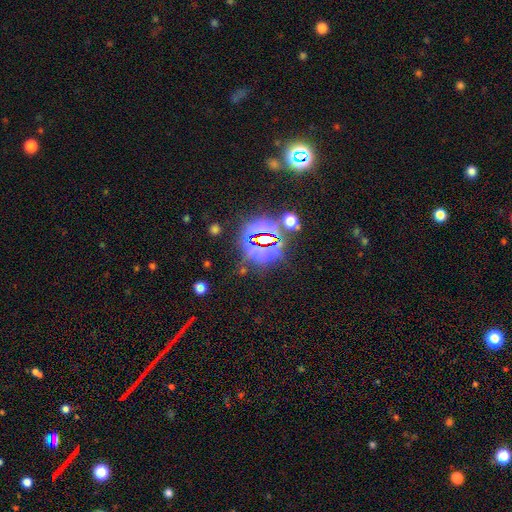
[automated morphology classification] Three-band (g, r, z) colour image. It shows a star or artifact, not a galaxy (82%).